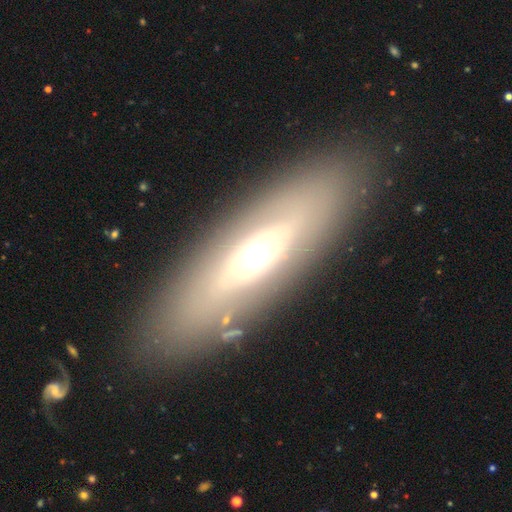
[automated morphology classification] Q: Smooth or featured?
A: featured or disk (58%); runner-up: smooth (34%)
Q: Edge-on disk?
A: no (63%); runner-up: yes (37%)
Q: Merging?
A: none (85%); runner-up: minor disturbance (9%)